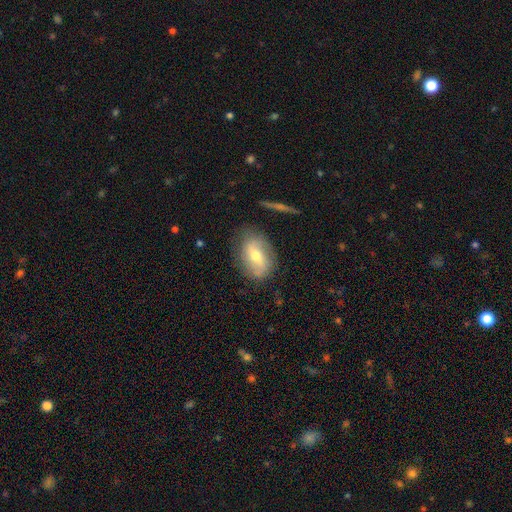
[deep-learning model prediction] The model was most divided on "smooth or featured": featured or disk: 52%, smooth: 40%, star or artifact: 8%. More confident: edge-on disk — no (90%); merging — none (75%).